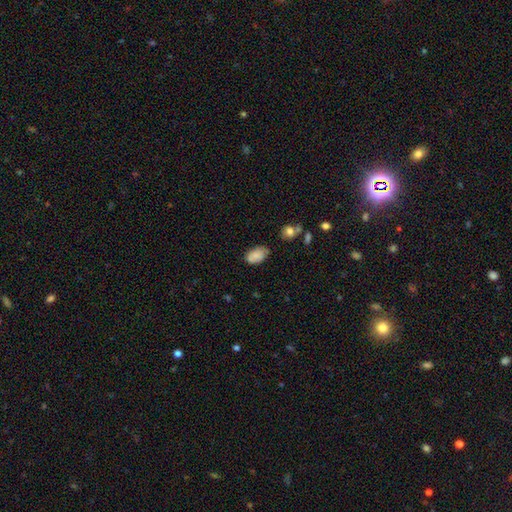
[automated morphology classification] A smooth galaxy with no disk features (81%) that is in between round and cigar-shaped (89%). Merging: none (61%).